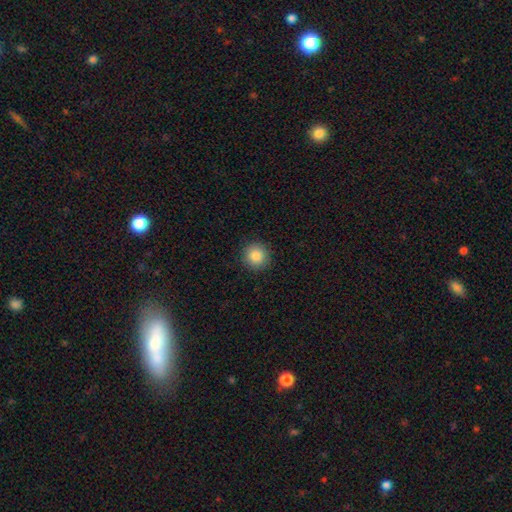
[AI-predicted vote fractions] The model was most divided on "smooth or featured": smooth: 86%, star or artifact: 10%, featured or disk: 5%. More confident: how rounded — round (93%); merging — none (92%).